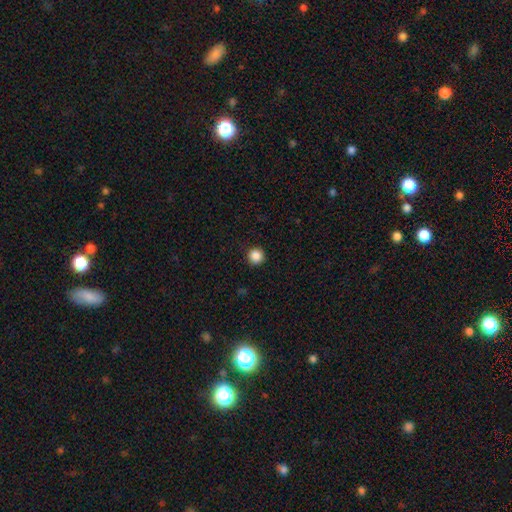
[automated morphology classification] smooth_or_featured: smooth (p=0.87) [alt: star or artifact p=0.10]
how_rounded: round (p=0.96) [alt: in between p=0.03]
merging: none (p=0.92) [alt: minor disturbance p=0.05]